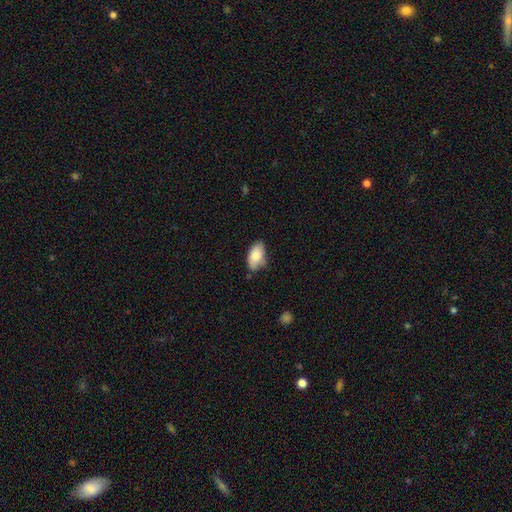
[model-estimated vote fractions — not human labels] A smooth galaxy with no disk features (82%) that is in between round and cigar-shaped (93%). Merging: none (63%).